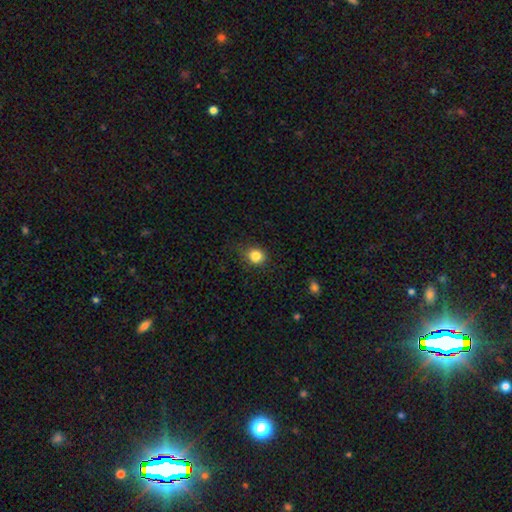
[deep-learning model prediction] Q: Smooth or featured?
A: smooth (83%); runner-up: star or artifact (11%)
Q: How rounded?
A: round (77%); runner-up: in between (22%)
Q: Merging?
A: none (78%); runner-up: minor disturbance (16%)